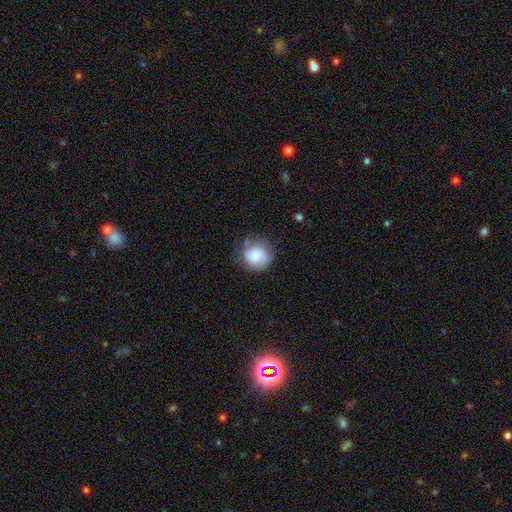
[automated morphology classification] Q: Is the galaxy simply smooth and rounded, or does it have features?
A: smooth — 62%.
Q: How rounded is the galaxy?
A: round — 86%.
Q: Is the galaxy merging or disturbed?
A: none — 64%.